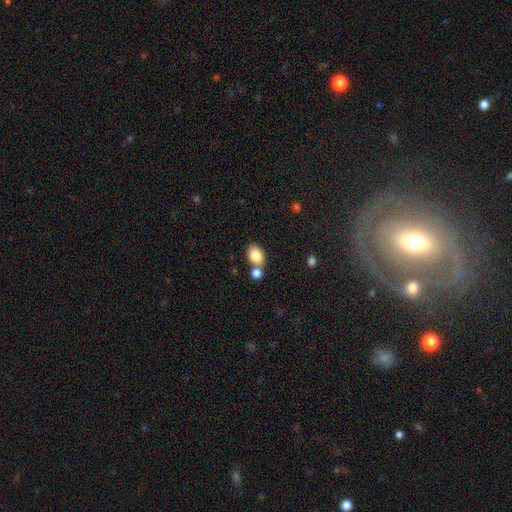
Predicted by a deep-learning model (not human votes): Smooth or featured? Predicted: smooth (p=0.84). How rounded? Predicted: in between (p=0.77). Merging? Predicted: none (p=0.53).